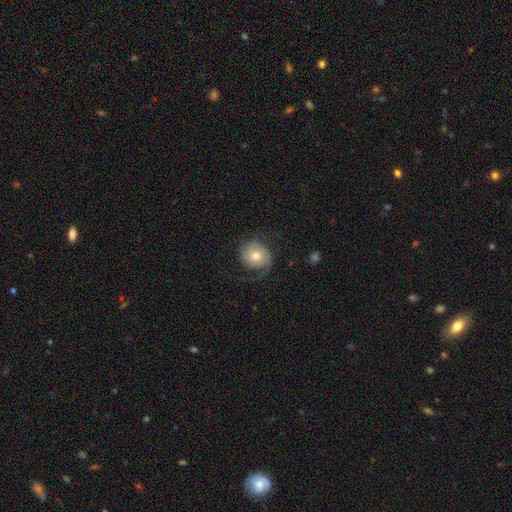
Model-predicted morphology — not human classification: smooth_or_featured: featured or disk (p=0.52) [alt: smooth p=0.41]
disk_edge_on: no (p=0.97) [alt: yes p=0.03]
bar: no (p=0.77) [alt: weak p=0.20]
has_spiral_arms: yes (p=0.85) [alt: no p=0.15]
bulge_size: moderate (p=0.64) [alt: small p=0.26]
merging: none (p=0.55) [alt: major disturbance p=0.23]